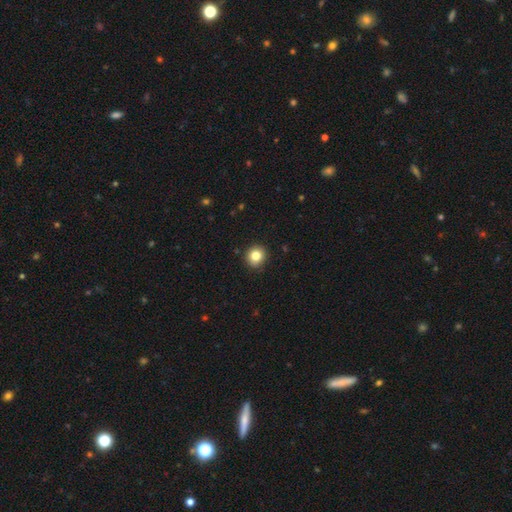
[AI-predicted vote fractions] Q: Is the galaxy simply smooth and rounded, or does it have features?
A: smooth — 83%.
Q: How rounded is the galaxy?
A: round — 89%.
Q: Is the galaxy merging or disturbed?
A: none — 91%.